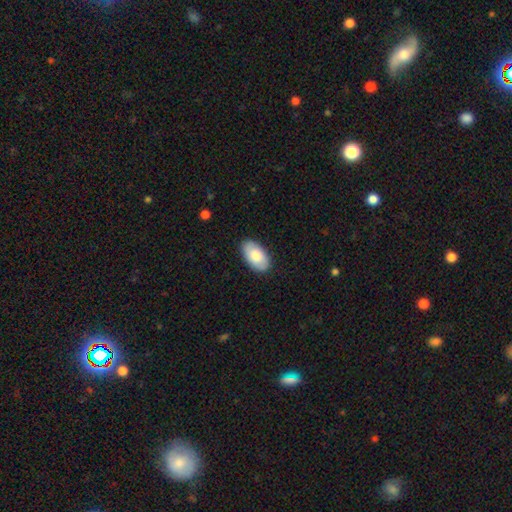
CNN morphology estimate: This appears to be a smooth galaxy with no disk features (80%) that is in between round and cigar-shaped (95%). Merging: none (87%).